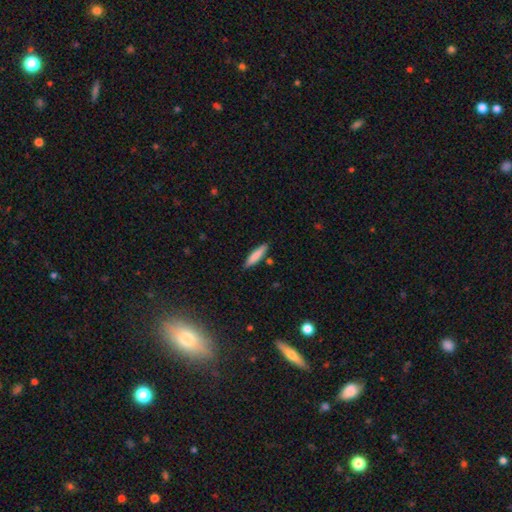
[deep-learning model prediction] A smooth galaxy with no disk features (82%) that is cigar-shaped (82%).

Vote fractions:
- Smooth or featured? smooth: 82% / featured or disk: 12% / star or artifact: 6%
- How rounded? cigar-shaped: 82% / in between: 17% / round: 1%
- Merging? none: 84% / minor disturbance: 11% / merger: 3% / major disturbance: 2%